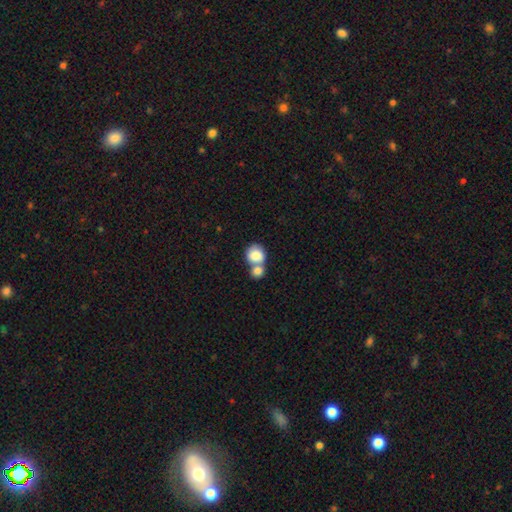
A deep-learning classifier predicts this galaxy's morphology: A smooth galaxy with no disk features (83%) that is round (73%).

Vote fractions:
- Smooth or featured? smooth: 83% / featured or disk: 10% / star or artifact: 7%
- How rounded? round: 73% / in between: 26% / cigar-shaped: 1%
- Merging? merger: 64% / none: 26% / minor disturbance: 7% / major disturbance: 3%